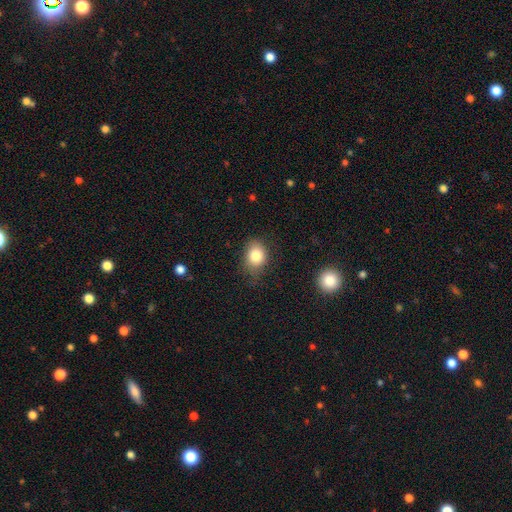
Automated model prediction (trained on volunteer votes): Q: Smooth or featured?
A: smooth (82%); runner-up: star or artifact (9%)
Q: How rounded?
A: in between (57%); runner-up: round (42%)
Q: Merging?
A: none (67%); runner-up: minor disturbance (25%)